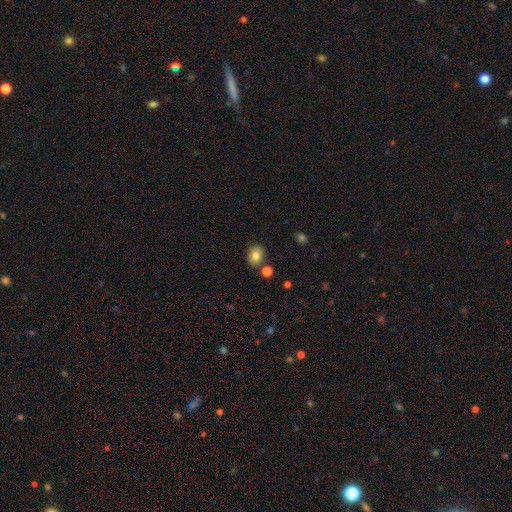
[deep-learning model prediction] Overall: smooth (82%). How rounded: in between (54%; round 45%). Merging: none (78%).